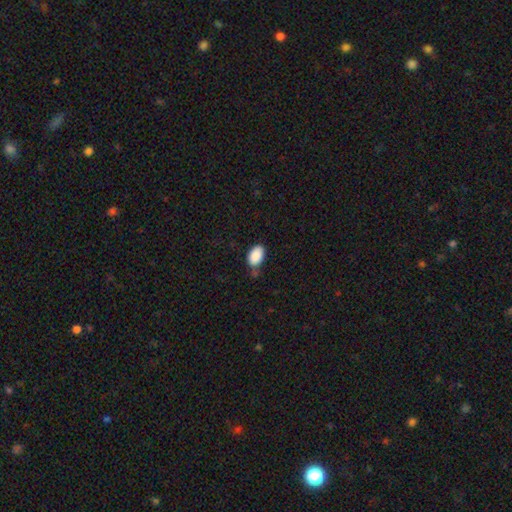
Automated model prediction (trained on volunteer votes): smooth_or_featured: smooth (p=0.89) [alt: star or artifact p=0.07]
how_rounded: in between (p=0.94) [alt: round p=0.05]
merging: none (p=0.69) [alt: minor disturbance p=0.22]